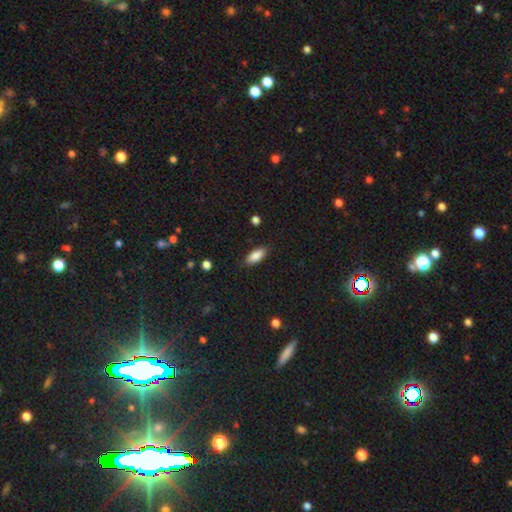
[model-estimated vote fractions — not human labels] smooth_or_featured: smooth (p=0.87) [alt: star or artifact p=0.07]
how_rounded: in between (p=0.84) [alt: cigar-shaped p=0.14]
merging: none (p=0.85) [alt: minor disturbance p=0.11]